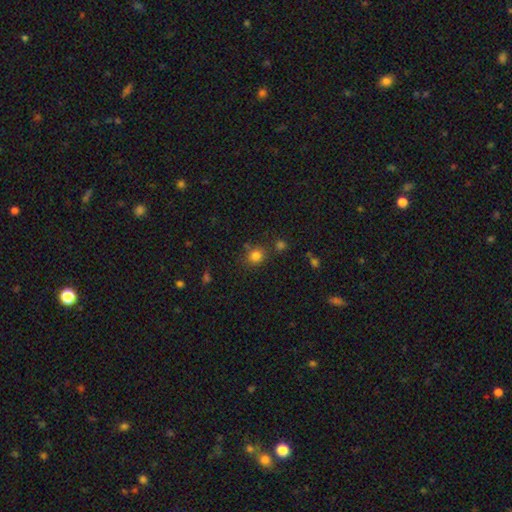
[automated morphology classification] type=smooth (81%); roundness=round (76%); merging=none (74%).